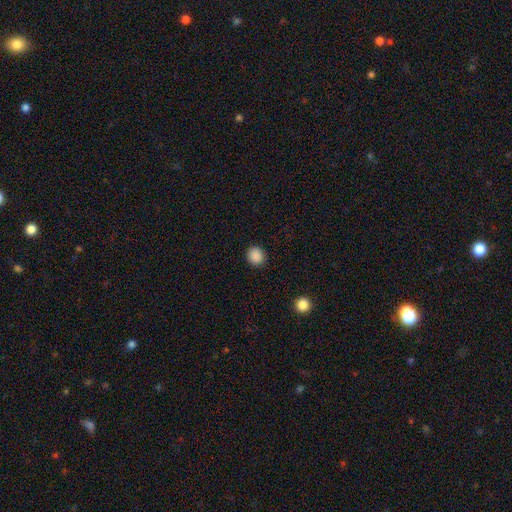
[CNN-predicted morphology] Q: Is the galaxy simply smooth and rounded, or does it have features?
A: smooth — 88%.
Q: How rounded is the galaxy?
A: round — 80%.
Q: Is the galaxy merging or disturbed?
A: none — 91%.